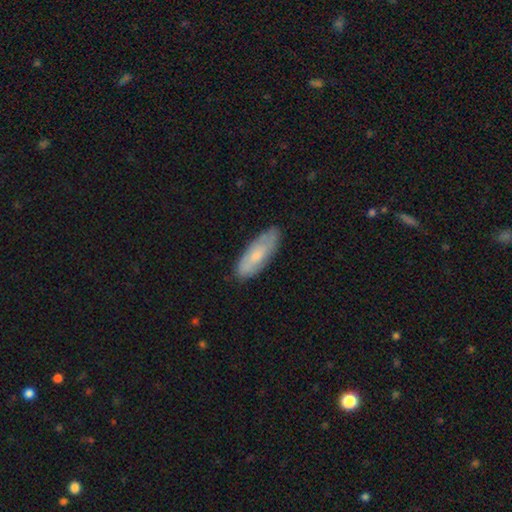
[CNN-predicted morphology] This appears to be a smooth galaxy with no disk features (61%) that is in between round and cigar-shaped (66%). Merging: none (78%).